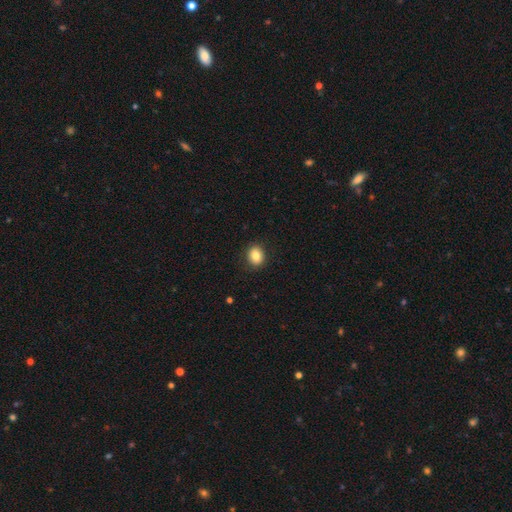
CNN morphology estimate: A smooth galaxy with no disk features (84%) that is round (59%).

Vote fractions:
- Smooth or featured? smooth: 84% / star or artifact: 9% / featured or disk: 7%
- How rounded? round: 59% / in between: 41% / cigar-shaped: 1%
- Merging? none: 89% / minor disturbance: 8% / major disturbance: 2% / merger: 1%